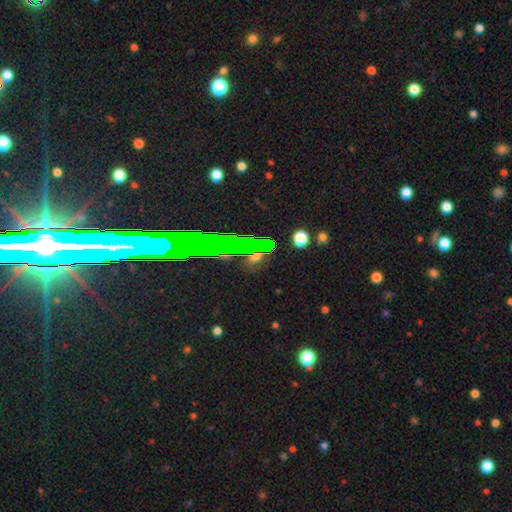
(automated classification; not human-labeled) This is possibly a star or artifact rather than a galaxy (53%).